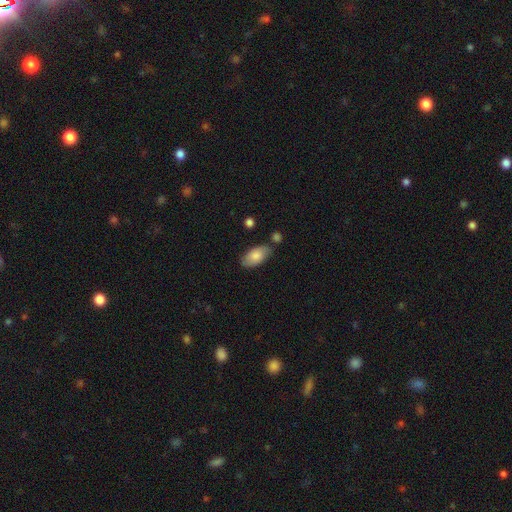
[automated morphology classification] Smooth or featured? Predicted: smooth (p=0.80). How rounded? Predicted: in between (p=0.93). Merging? Predicted: none (p=0.71).